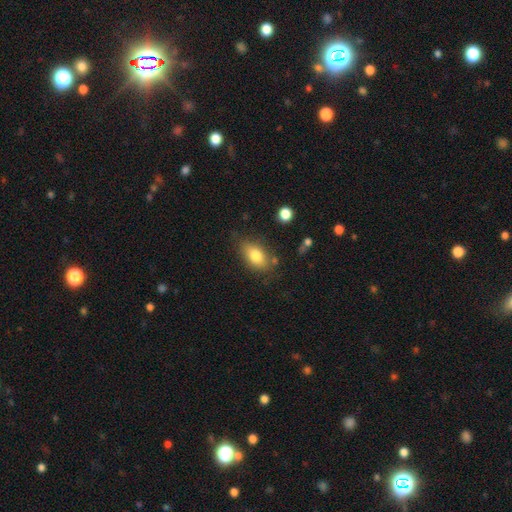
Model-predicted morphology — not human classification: A smooth galaxy with no disk features (80%) that is in between round and cigar-shaped (87%).

Vote fractions:
- Smooth or featured? smooth: 80% / featured or disk: 13% / star or artifact: 8%
- How rounded? in between: 87% / round: 9% / cigar-shaped: 4%
- Merging? none: 72% / minor disturbance: 19% / major disturbance: 5% / merger: 4%